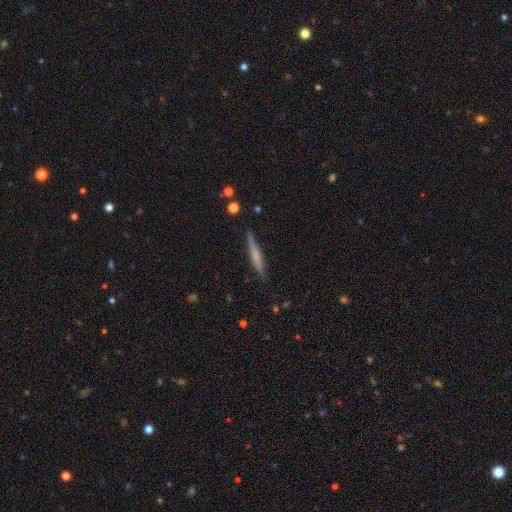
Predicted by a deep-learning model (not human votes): Overall: smooth (50%; featured or disk 43%). How rounded: cigar-shaped (94%). Merging: none (87%).